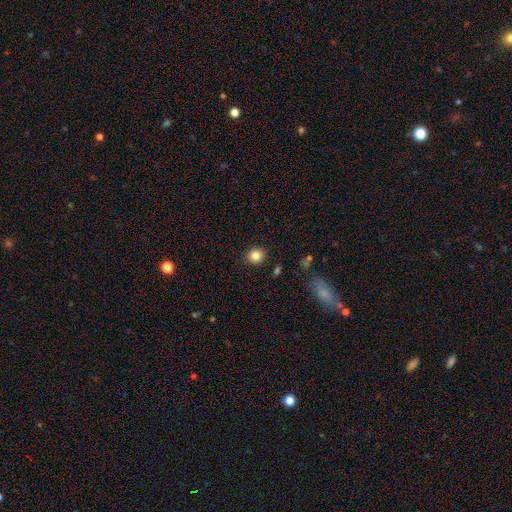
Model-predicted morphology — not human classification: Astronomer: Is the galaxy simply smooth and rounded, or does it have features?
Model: smooth — 84%.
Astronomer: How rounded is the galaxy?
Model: round — 85%.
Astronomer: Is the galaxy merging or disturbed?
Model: none — 89%.